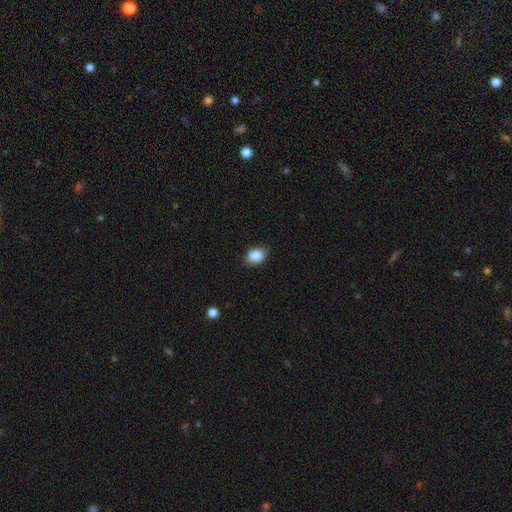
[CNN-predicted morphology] type=smooth (86%); roundness=in between (65%); merging=none (83%).